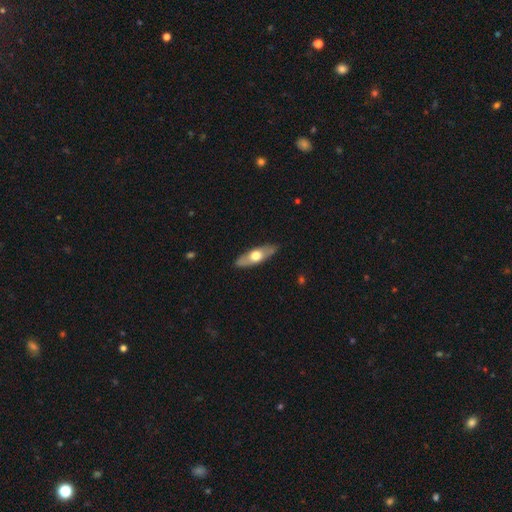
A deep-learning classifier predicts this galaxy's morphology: This appears to be a smooth galaxy with no disk features (48%). Merging: none (87%).